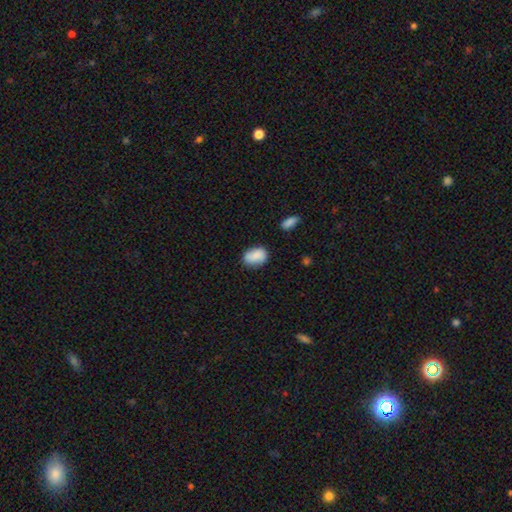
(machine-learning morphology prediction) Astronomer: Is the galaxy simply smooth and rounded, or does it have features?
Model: smooth — 85%.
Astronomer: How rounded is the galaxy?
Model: in between — 78%.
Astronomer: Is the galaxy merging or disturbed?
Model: none — 74%.